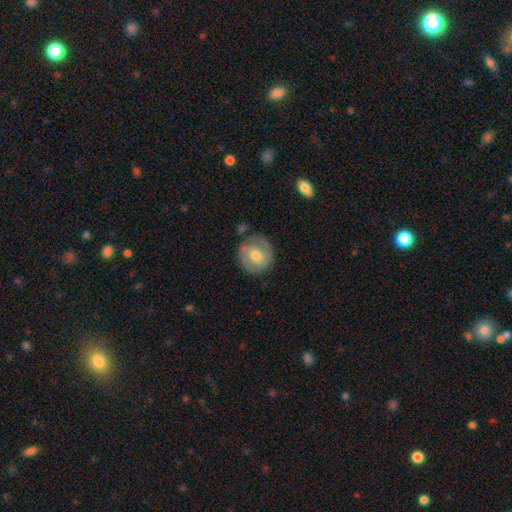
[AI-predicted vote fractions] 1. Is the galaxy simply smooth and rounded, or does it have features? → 50% smooth, 43% featured or disk, 7% star or artifact.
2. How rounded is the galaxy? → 87% round, 12% in between, 1% cigar-shaped.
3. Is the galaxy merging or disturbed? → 77% none, 16% minor disturbance, 4% major disturbance, 3% merger.